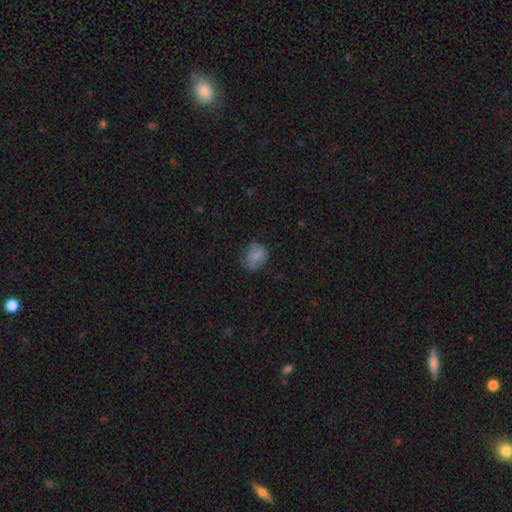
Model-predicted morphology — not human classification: type=smooth (79%); roundness=round (60%); merging=none (61%).